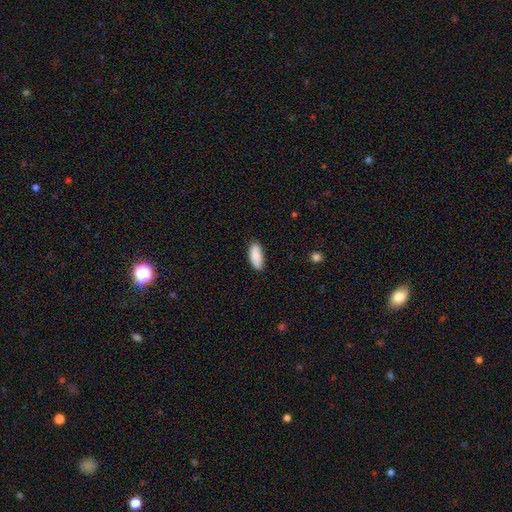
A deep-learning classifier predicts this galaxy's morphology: Smooth or featured? Predicted: smooth (p=0.89). How rounded? Predicted: in between (p=0.84). Merging? Predicted: none (p=0.84).